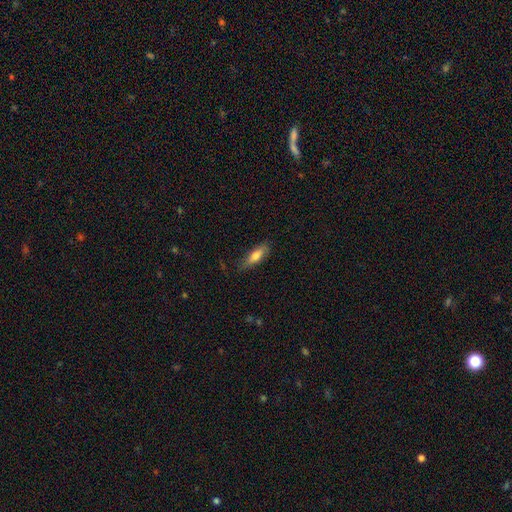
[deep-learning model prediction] Smooth or featured: smooth — 72% (featured or disk — 21%)
How rounded: in between — 50% (cigar-shaped — 48%)
Merging: none — 76% (minor disturbance — 19%)